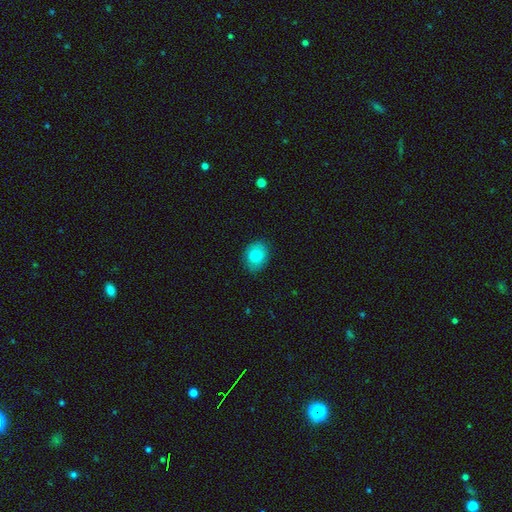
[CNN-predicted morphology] Q: Smooth or featured?
A: smooth (82%); runner-up: featured or disk (10%)
Q: How rounded?
A: in between (58%); runner-up: round (41%)
Q: Merging?
A: none (83%); runner-up: minor disturbance (13%)